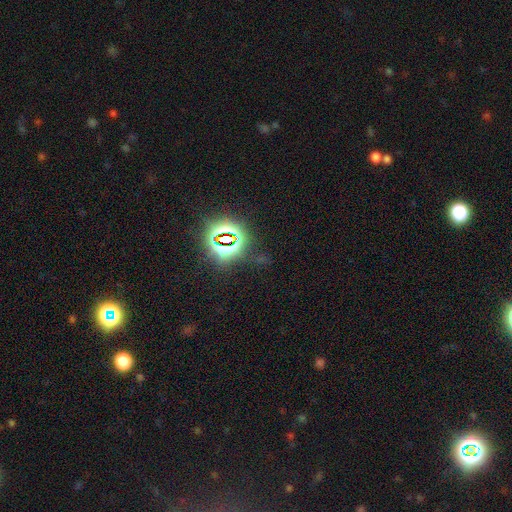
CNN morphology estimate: This appears to be a star or artifact, not a galaxy (81%).